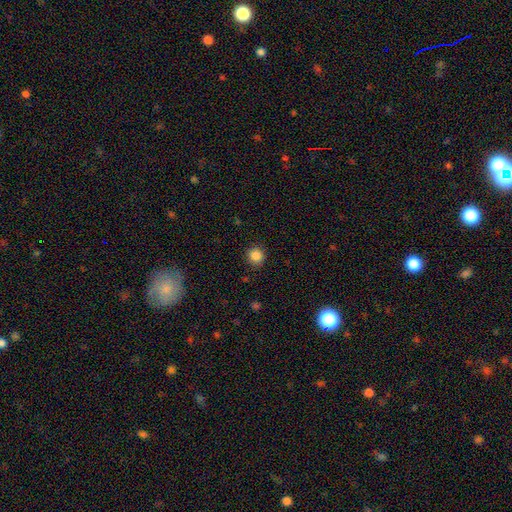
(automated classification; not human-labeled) Smooth or featured?
  - smooth: 86% *
  - star or artifact: 11%
  - featured or disk: 3%
How rounded?
  - round: 93% *
  - in between: 6%
  - cigar-shaped: 1%
Merging?
  - none: 89% *
  - minor disturbance: 8%
  - major disturbance: 2%
  - merger: 1%